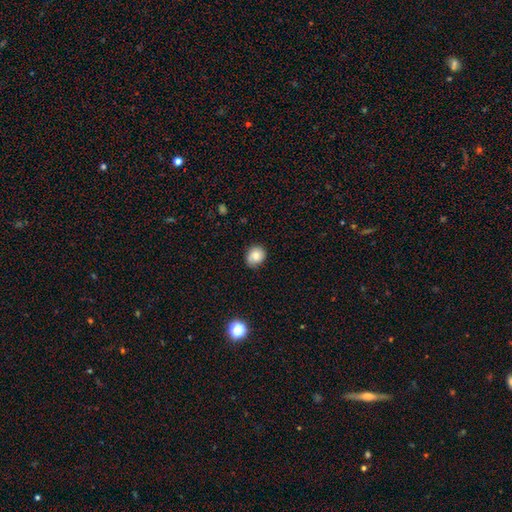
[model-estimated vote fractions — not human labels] A smooth galaxy with no disk features (75%) that is round (72%).

Vote fractions:
- Smooth or featured? smooth: 75% / featured or disk: 15% / star or artifact: 10%
- How rounded? round: 72% / in between: 28% / cigar-shaped: 1%
- Merging? none: 74% / minor disturbance: 21% / major disturbance: 4% / merger: 1%